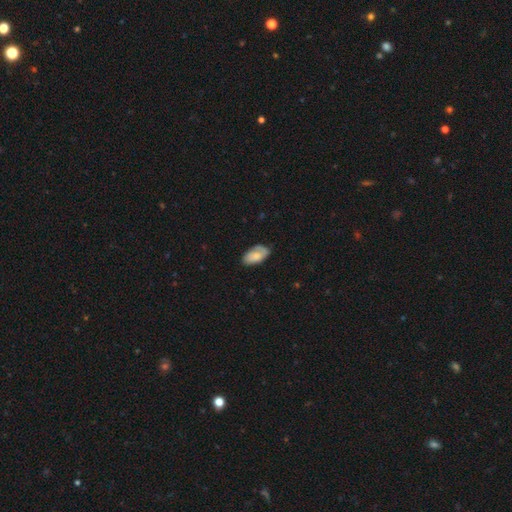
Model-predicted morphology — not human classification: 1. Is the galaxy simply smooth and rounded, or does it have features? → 72% smooth, 22% featured or disk, 7% star or artifact.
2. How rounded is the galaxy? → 95% in between, 3% cigar-shaped, 3% round.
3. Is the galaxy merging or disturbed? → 71% none, 23% minor disturbance, 5% major disturbance, 1% merger.